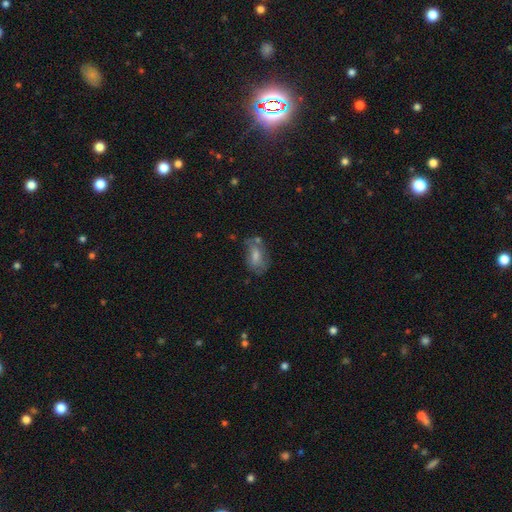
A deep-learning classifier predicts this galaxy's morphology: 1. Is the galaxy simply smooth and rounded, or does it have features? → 48% smooth, 38% featured or disk, 13% star or artifact.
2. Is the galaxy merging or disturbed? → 51% none, 26% minor disturbance, 14% major disturbance, 9% merger.